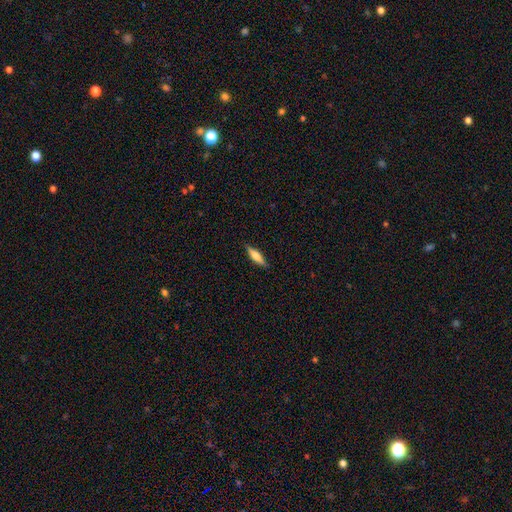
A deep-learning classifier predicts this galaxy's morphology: The model was most divided on "smooth or featured": smooth: 57%, featured or disk: 37%, star or artifact: 6%. More confident: merging — none (87%); how rounded — cigar-shaped (70%).